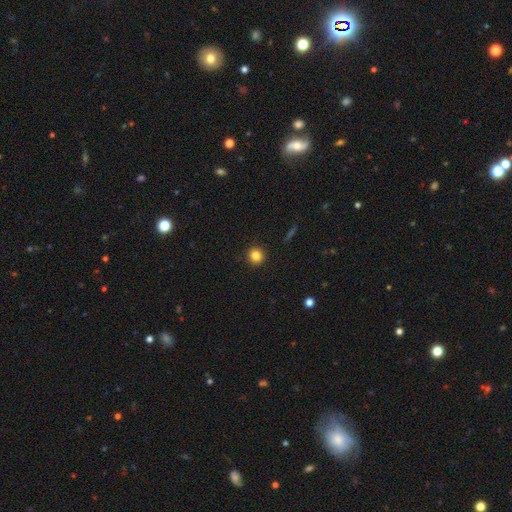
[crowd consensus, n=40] Overall: smooth (85%). How rounded: round (97%). Merging: none (84%).